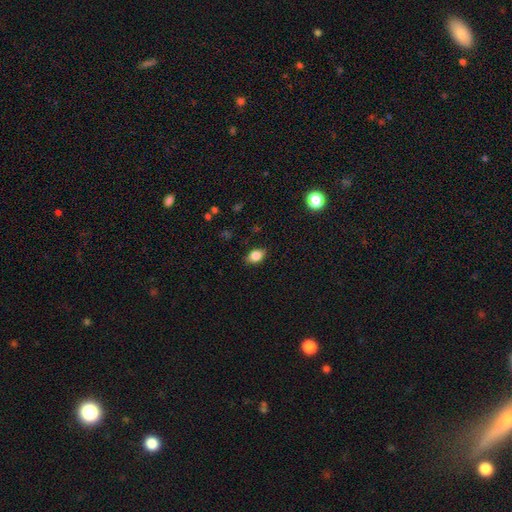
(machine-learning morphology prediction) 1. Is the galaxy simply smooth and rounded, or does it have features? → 81% smooth, 10% featured or disk, 9% star or artifact.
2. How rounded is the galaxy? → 85% in between, 12% round, 3% cigar-shaped.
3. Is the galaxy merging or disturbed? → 85% none, 11% minor disturbance, 2% major disturbance, 1% merger.